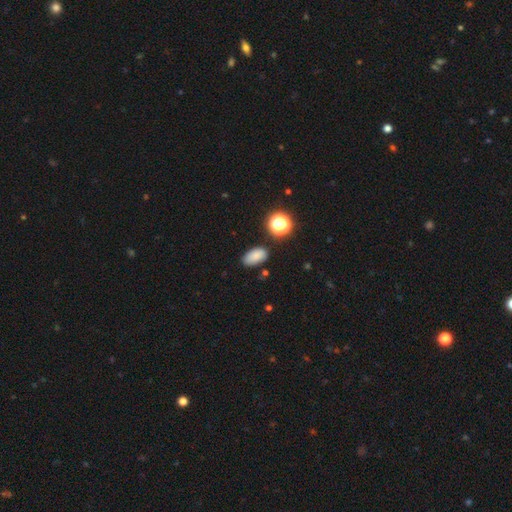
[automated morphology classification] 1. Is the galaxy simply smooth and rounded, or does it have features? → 83% smooth, 12% star or artifact, 5% featured or disk.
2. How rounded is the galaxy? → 91% in between, 7% round, 2% cigar-shaped.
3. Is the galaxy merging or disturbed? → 81% none, 13% minor disturbance, 3% major disturbance, 3% merger.